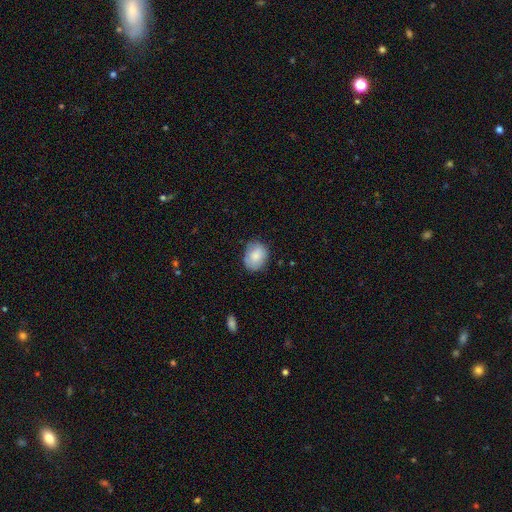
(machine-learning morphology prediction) Smooth or featured? Predicted: smooth (p=0.80). How rounded? Predicted: in between (p=0.56). Merging? Predicted: none (p=0.73).